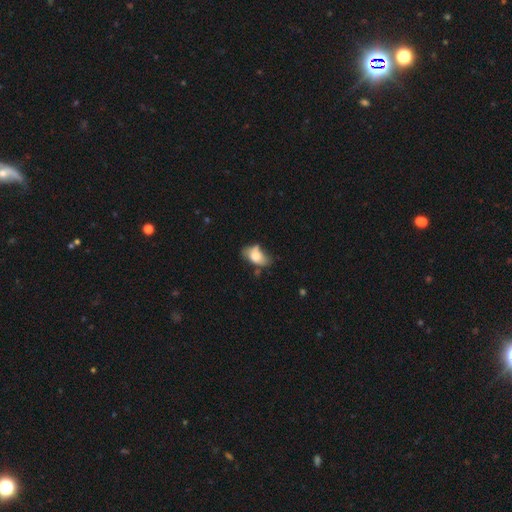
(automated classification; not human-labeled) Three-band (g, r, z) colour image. It shows a smooth galaxy with no disk features (69%) that is in between round and cigar-shaped (88%). Merging: minor disturbance (35%).